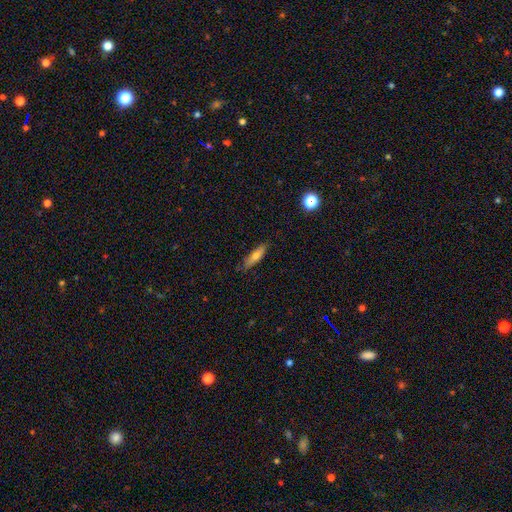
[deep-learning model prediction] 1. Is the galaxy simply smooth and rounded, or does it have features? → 64% smooth, 29% featured or disk, 7% star or artifact.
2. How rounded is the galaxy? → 65% cigar-shaped, 33% in between, 2% round.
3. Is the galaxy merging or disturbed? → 81% none, 15% minor disturbance, 2% major disturbance, 1% merger.